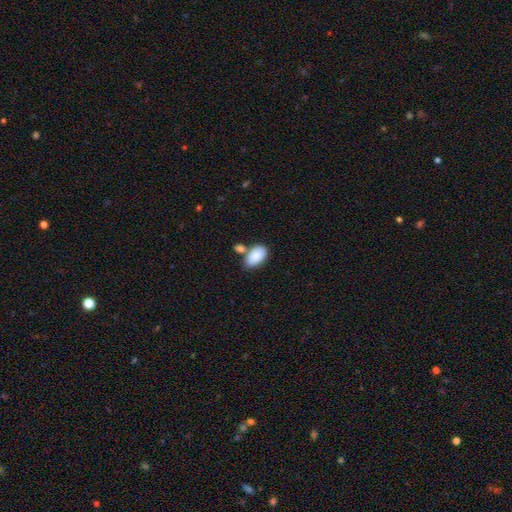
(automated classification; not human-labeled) smooth_or_featured: smooth (p=0.87) [alt: star or artifact p=0.06]
how_rounded: in between (p=0.94) [alt: round p=0.04]
merging: none (p=0.51) [alt: merger p=0.27]